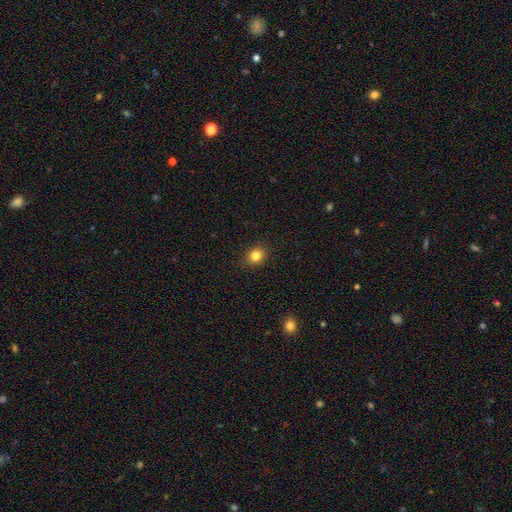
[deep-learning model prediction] Smooth or featured? smooth (83%)
How rounded? round (70%)
Merging? none (90%)